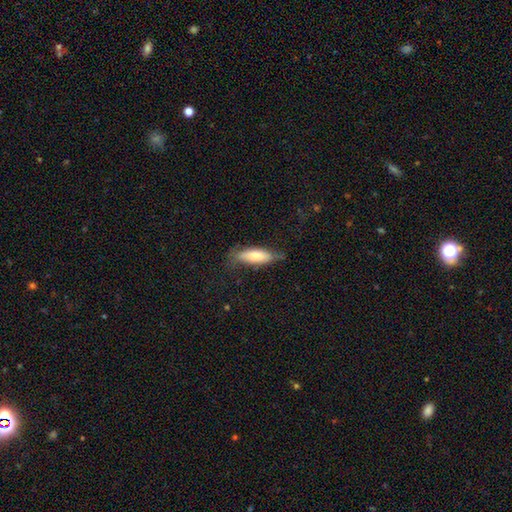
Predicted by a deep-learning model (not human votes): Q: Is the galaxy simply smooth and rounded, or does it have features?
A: smooth — 69%.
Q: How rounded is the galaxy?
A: in between — 61%.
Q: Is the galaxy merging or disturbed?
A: none — 62%.